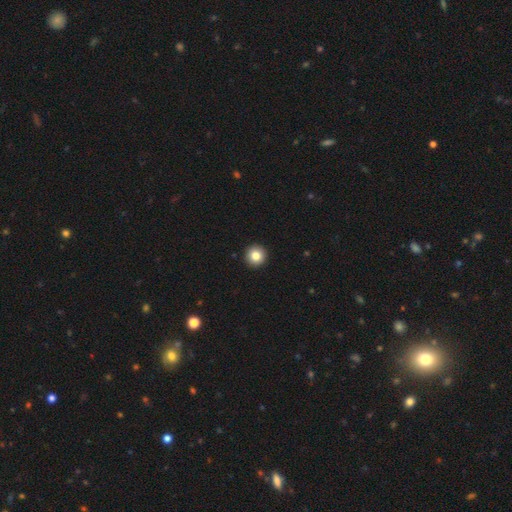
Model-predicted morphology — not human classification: smooth-or-featured: smooth: 83% | star or artifact: 10% | featured or disk: 7%
  how-rounded: round: 96% | in between: 3% | cigar-shaped: 1%
  merging: none: 94% | minor disturbance: 4% | major disturbance: 1% | merger: 1%